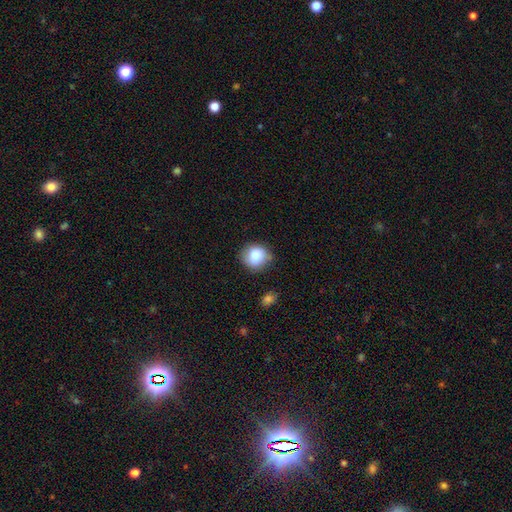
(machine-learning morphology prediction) smooth-or-featured: smooth: 80% | featured or disk: 12% | star or artifact: 8%
  how-rounded: round: 77% | in between: 22% | cigar-shaped: 1%
  merging: none: 75% | minor disturbance: 18% | major disturbance: 4% | merger: 3%